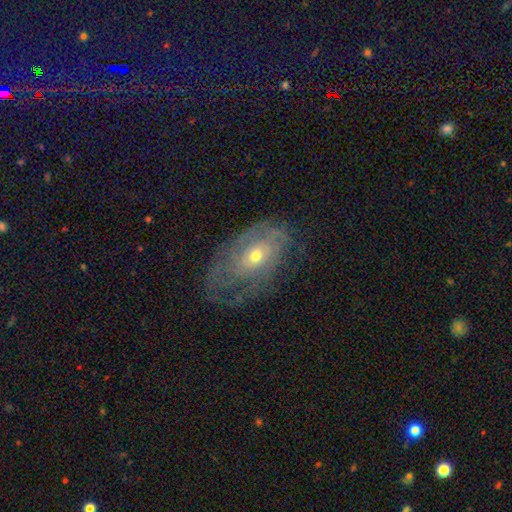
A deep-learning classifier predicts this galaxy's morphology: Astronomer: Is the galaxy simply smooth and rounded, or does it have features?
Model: featured or disk — 73%.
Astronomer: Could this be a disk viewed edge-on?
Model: no — 92%.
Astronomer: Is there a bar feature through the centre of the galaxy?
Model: no — 77%.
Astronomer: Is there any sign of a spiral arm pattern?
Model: yes — 78%.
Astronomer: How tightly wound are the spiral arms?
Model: tight — 59%.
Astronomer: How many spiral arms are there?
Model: can't tell — 51%.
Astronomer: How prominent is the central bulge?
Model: moderate — 53% (runner-up: small, 43%).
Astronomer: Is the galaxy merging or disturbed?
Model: none — 53%.